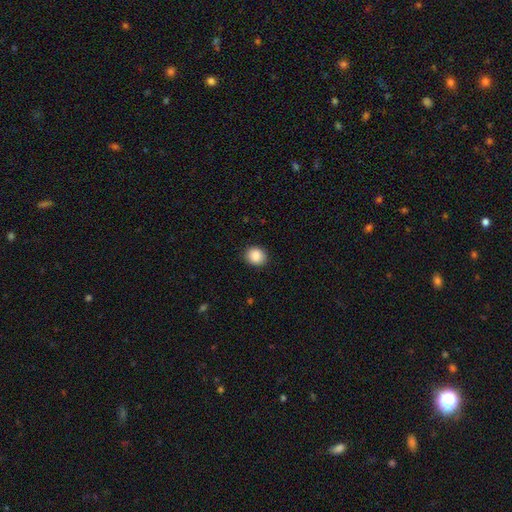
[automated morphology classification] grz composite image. It shows a smooth galaxy with no disk features (88%) that is round (67%). Merging: none (90%).